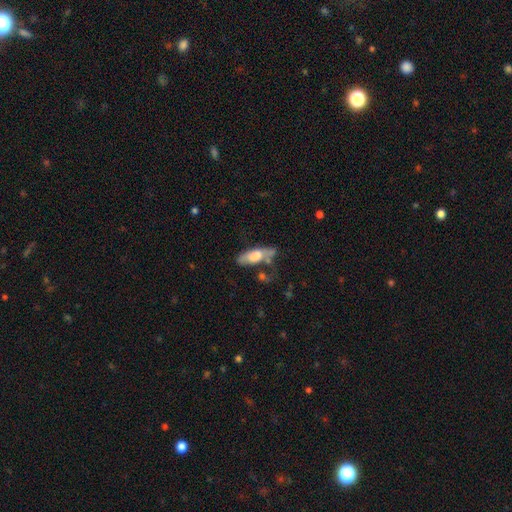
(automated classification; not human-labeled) Smooth or featured: smooth — 62% (featured or disk — 31%)
How rounded: in between — 67% (cigar-shaped — 30%)
Merging: none — 43% (minor disturbance — 27%)